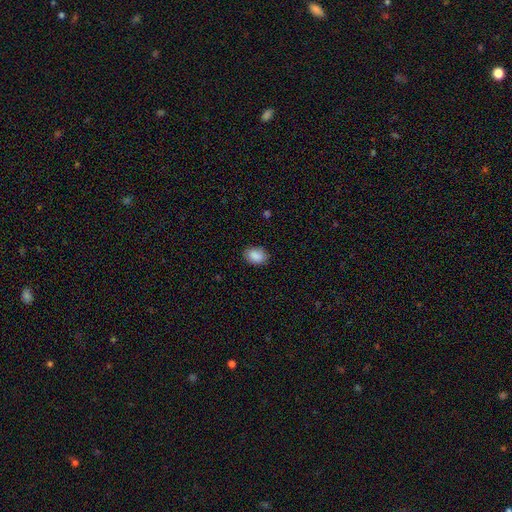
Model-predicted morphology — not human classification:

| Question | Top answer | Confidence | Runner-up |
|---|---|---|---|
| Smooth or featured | smooth | 89% | star or artifact (7%) |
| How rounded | in between | 81% | round (18%) |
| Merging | none | 85% | minor disturbance (11%) |